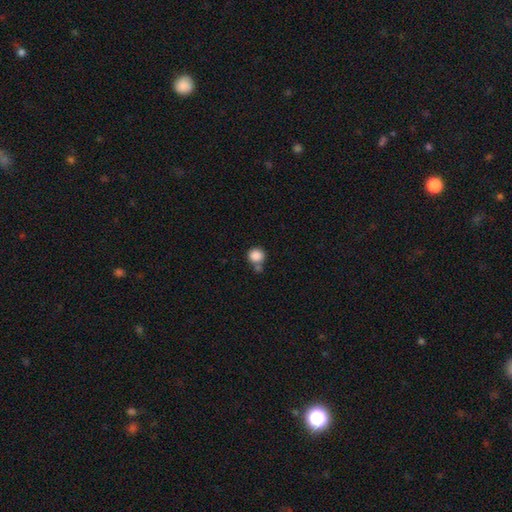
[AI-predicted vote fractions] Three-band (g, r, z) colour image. It shows a smooth galaxy with no disk features (87%) that is round (90%). Merging: none (59%).